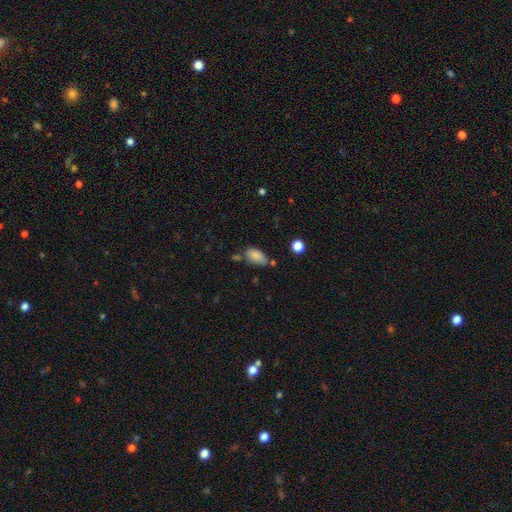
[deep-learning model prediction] Smooth or featured: smooth — 85% (star or artifact — 9%)
How rounded: in between — 92% (round — 5%)
Merging: none — 58% (minor disturbance — 25%)